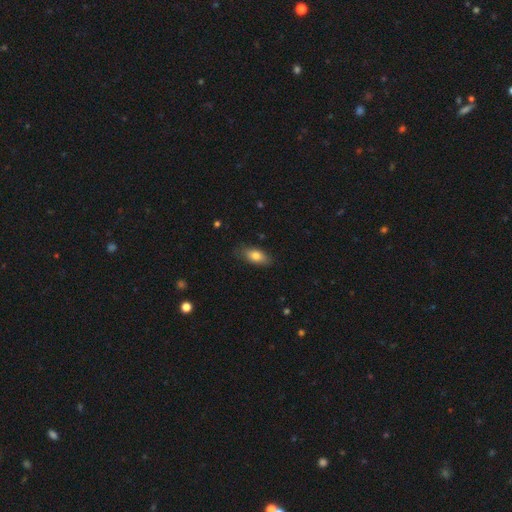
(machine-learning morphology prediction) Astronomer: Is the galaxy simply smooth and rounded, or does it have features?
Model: smooth — 78%.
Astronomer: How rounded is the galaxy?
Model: in between — 85%.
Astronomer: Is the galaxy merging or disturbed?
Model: none — 82%.